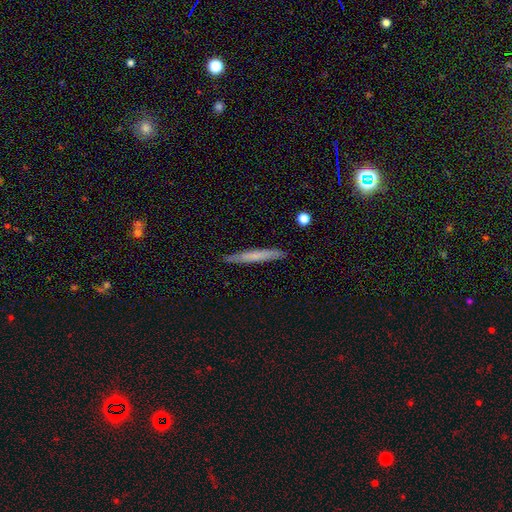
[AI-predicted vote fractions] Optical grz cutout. It shows a smooth galaxy with no disk features (60%) that is cigar-shaped (96%). Merging: none (89%).